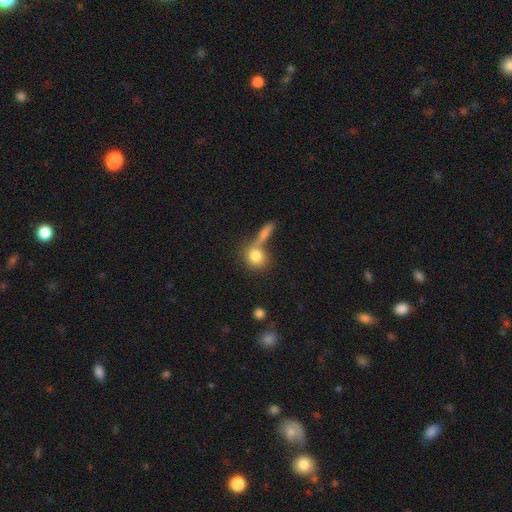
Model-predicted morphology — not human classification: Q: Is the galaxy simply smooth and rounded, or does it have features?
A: smooth — 80%.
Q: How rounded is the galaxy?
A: round — 75%.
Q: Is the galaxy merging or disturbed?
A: none — 46%.